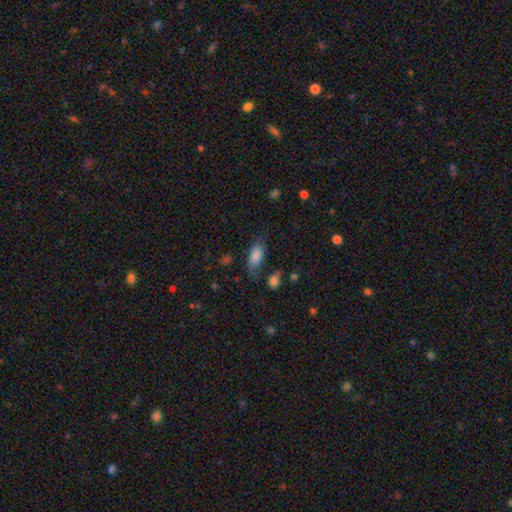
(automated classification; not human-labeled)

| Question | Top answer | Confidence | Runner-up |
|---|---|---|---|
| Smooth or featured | smooth | 79% | featured or disk (13%) |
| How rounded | in between | 91% | cigar-shaped (6%) |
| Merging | none | 50% | minor disturbance (28%) |